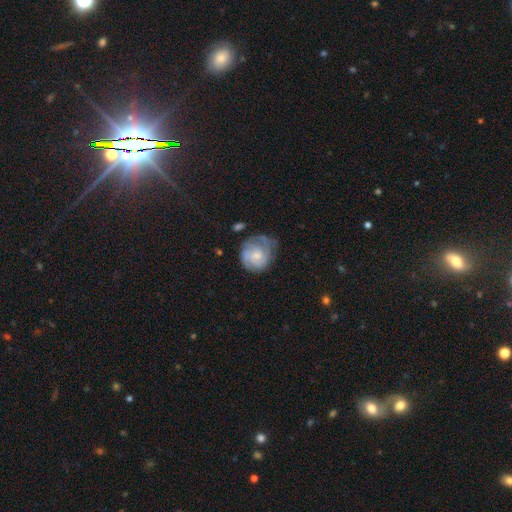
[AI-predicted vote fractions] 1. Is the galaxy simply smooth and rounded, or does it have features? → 63% featured or disk, 31% smooth, 7% star or artifact.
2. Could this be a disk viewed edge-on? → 98% no, 2% yes.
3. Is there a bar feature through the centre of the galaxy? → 67% no, 30% weak, 3% strong.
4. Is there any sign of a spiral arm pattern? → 85% yes, 15% no.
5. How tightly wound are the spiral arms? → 57% tight, 32% medium, 11% loose.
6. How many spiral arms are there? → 40% can't tell, 24% 2, 19% 3, 7% 4, 6% 1, 4% more than 4.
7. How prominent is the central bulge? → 48% small, 38% moderate, 9% none, 4% large, 1% dominant.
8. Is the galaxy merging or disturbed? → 53% none, 28% minor disturbance, 16% major disturbance, 3% merger.